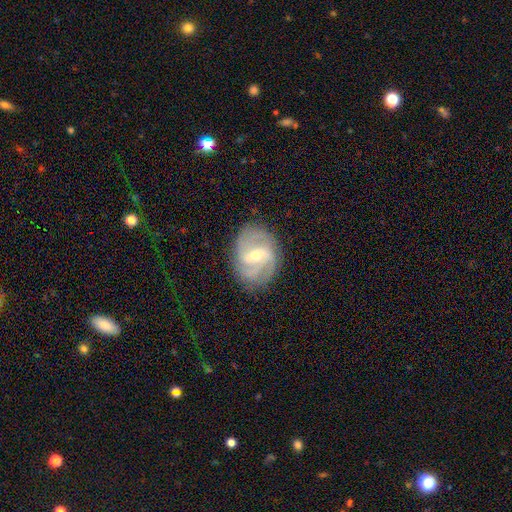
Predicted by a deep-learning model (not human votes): smooth_or_featured: featured or disk (p=0.87) [alt: smooth p=0.08]
disk_edge_on: no (p=0.97) [alt: yes p=0.03]
bar: weak (p=0.50) [alt: strong p=0.34]
has_spiral_arms: yes (p=0.96) [alt: no p=0.04]
spiral_winding: medium (p=0.46) [alt: tight p=0.37]
spiral_arm_count: 3 (p=0.37) [alt: 2 p=0.33]
bulge_size: moderate (p=0.51) [alt: small p=0.45]
merging: none (p=0.81) [alt: minor disturbance p=0.13]